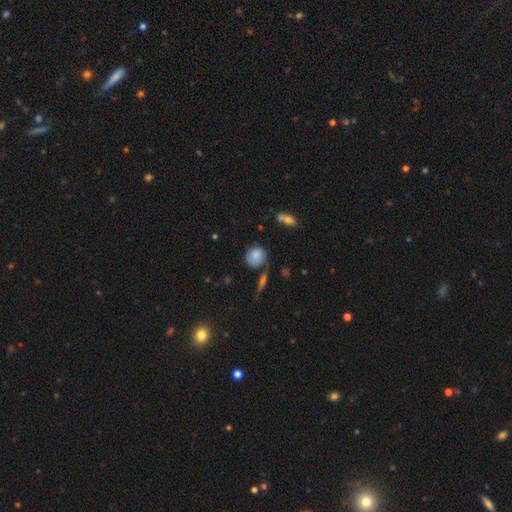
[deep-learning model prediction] Morphology: type=smooth (79%); roundness=round (77%); merging=none (59%).